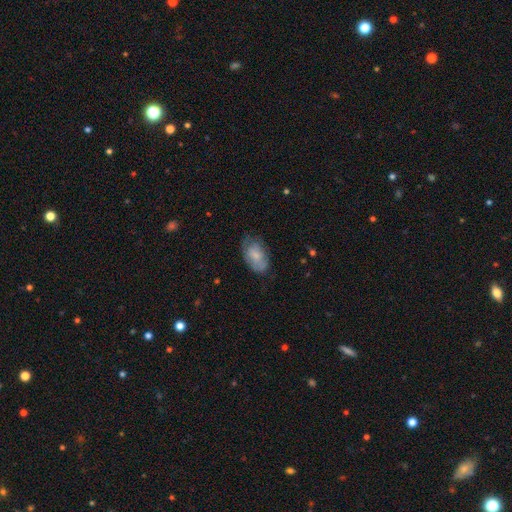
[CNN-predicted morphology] This appears to be a smooth galaxy with no disk features (68%) that is in between round and cigar-shaped (91%). Merging: none (58%).